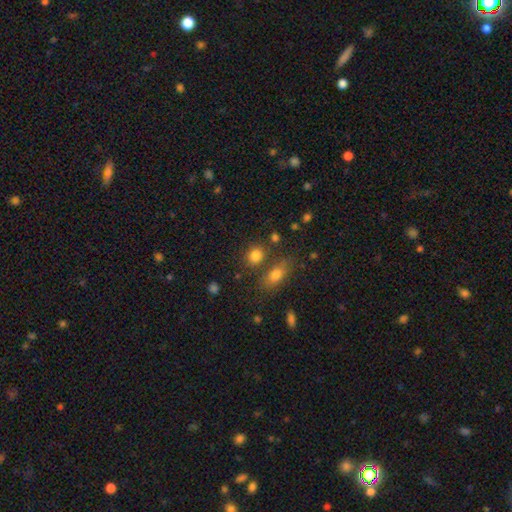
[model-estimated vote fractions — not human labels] A smooth galaxy with no disk features (82%) that is round (63%). Merging: none (70%).